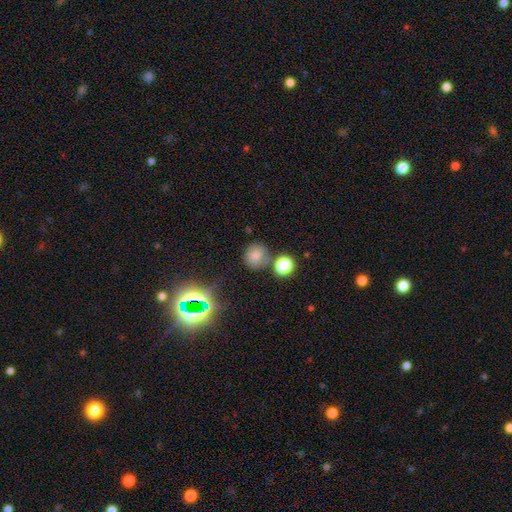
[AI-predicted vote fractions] A smooth galaxy with no disk features (69%) that is round (83%). Merging: none (68%).